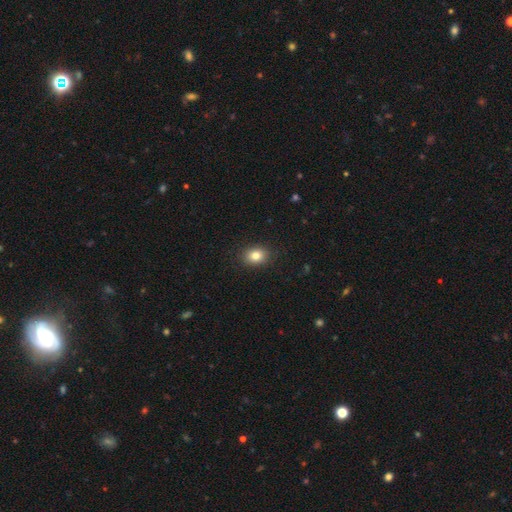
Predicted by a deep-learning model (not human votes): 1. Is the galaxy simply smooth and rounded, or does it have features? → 82% smooth, 10% star or artifact, 7% featured or disk.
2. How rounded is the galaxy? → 57% in between, 42% round, 1% cigar-shaped.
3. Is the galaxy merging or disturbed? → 88% none, 8% minor disturbance, 2% major disturbance, 1% merger.